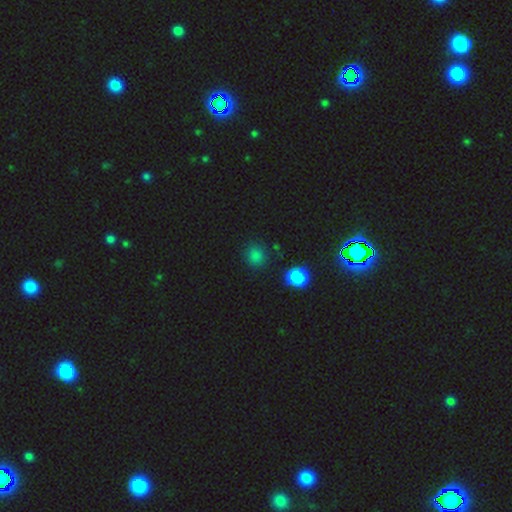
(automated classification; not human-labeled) Overall: smooth (79%). How rounded: round (88%). Merging: none (84%).